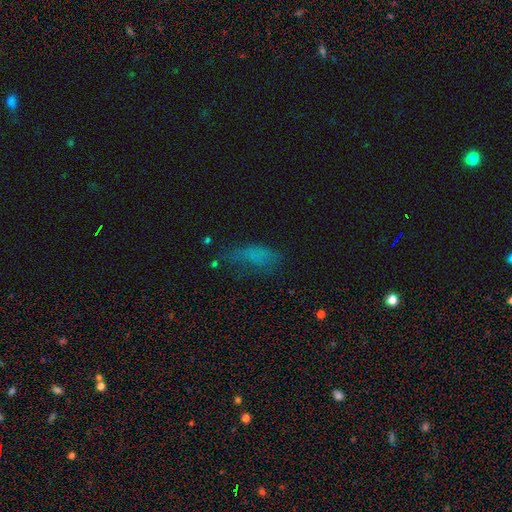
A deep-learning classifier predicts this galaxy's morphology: smooth 62%, star or artifact 20%, featured or disk 18%. Down the decision tree: how rounded — in between (72%); merging — none (41%).